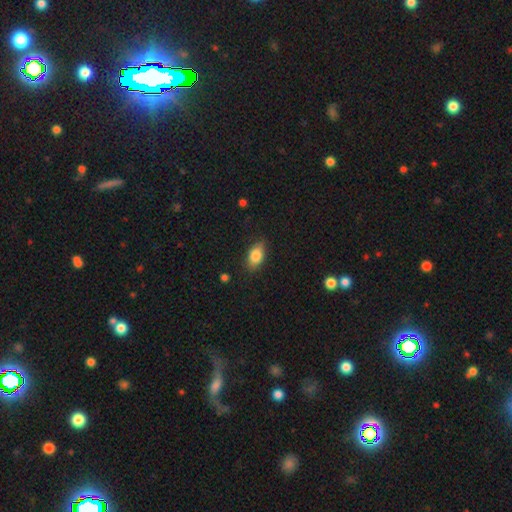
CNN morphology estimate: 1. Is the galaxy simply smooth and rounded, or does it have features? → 82% smooth, 10% featured or disk, 8% star or artifact.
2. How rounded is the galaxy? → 87% in between, 10% round, 4% cigar-shaped.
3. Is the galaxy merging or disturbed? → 82% none, 14% minor disturbance, 3% major disturbance, 1% merger.